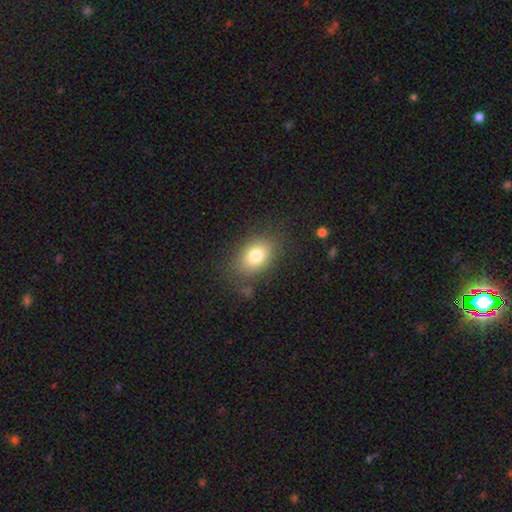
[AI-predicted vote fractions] This is likely a smooth galaxy (79%). How rounded: likely in between (76%). Merging: likely none (78%).